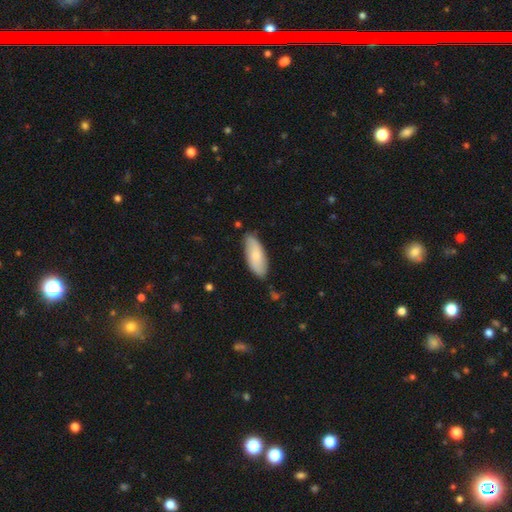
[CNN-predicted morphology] Smooth or featured? smooth (73%)
How rounded? in between (79%)
Merging? none (81%)